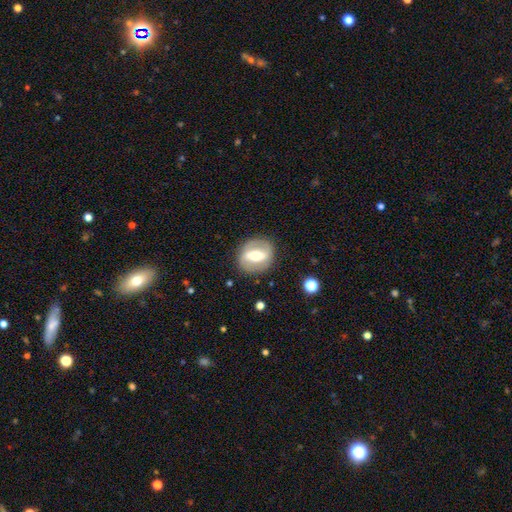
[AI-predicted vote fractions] Smooth or featured?
  - featured or disk: 65% *
  - smooth: 29%
  - star or artifact: 6%
Edge-on disk?
  - no: 91% *
  - yes: 9%
Bar?
  - strong: 62% *
  - weak: 26%
  - no: 12%
Spiral arms?
  - no: 55% *
  - yes: 45%
Bulge size?
  - moderate: 64% *
  - large: 18%
  - small: 15%
  - dominant: 2%
  - none: 1%
Merging?
  - none: 84% *
  - minor disturbance: 10%
  - major disturbance: 5%
  - merger: 1%